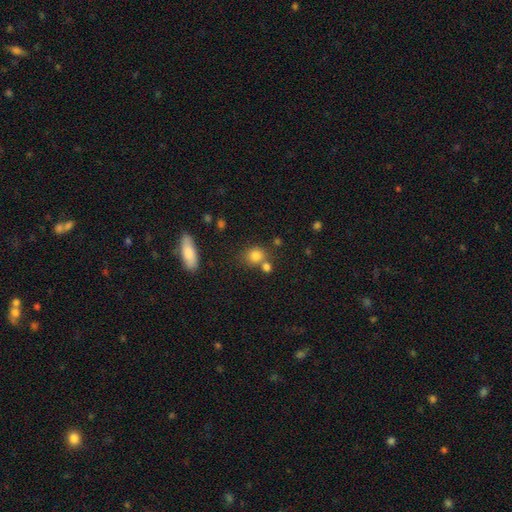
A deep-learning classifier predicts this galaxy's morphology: This appears to be a smooth galaxy with no disk features (82%) that is round (71%). Merging: none (60%).